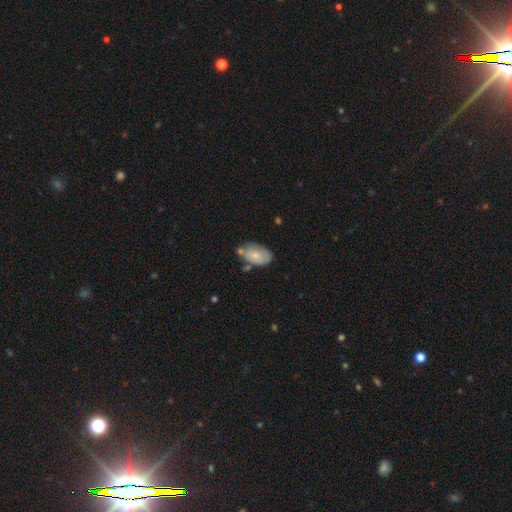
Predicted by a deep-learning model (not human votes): Smooth or featured?
  - smooth: 71% *
  - featured or disk: 22%
  - star or artifact: 6%
How rounded?
  - in between: 92% *
  - round: 7%
  - cigar-shaped: 1%
Merging?
  - none: 53% *
  - minor disturbance: 28%
  - merger: 13%
  - major disturbance: 6%